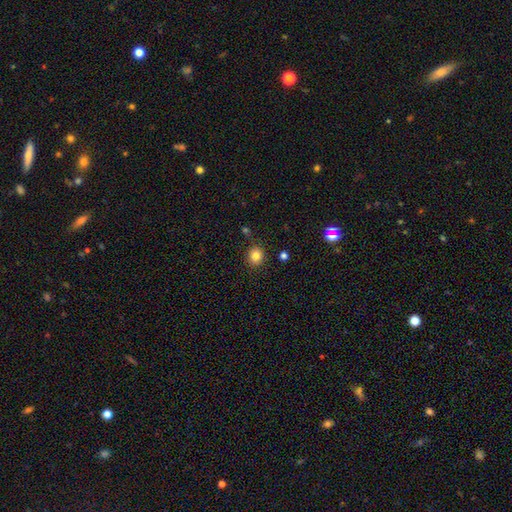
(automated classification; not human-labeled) smooth_or_featured: smooth (p=0.83) [alt: star or artifact p=0.12]
how_rounded: round (p=0.82) [alt: in between p=0.17]
merging: none (p=0.86) [alt: minor disturbance p=0.09]